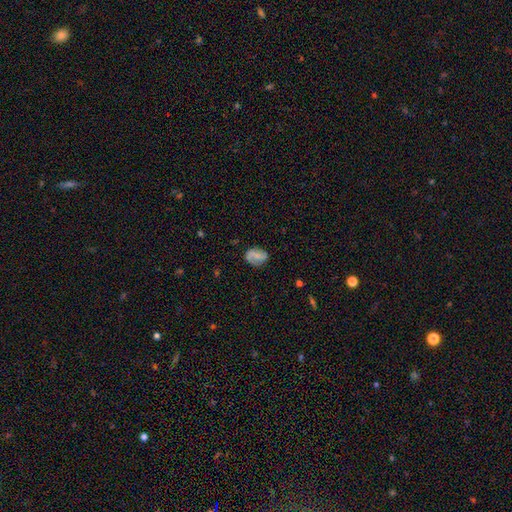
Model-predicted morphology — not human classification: A featured or disk galaxy (46%). Merging: none (70%).